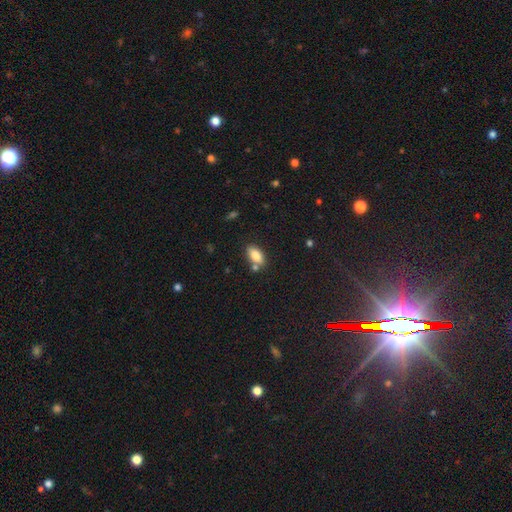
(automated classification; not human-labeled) smooth-or-featured: smooth: 81% | featured or disk: 11% | star or artifact: 8%
  how-rounded: in between: 90% | cigar-shaped: 6% | round: 5%
  merging: none: 74% | minor disturbance: 12% | merger: 11% | major disturbance: 3%